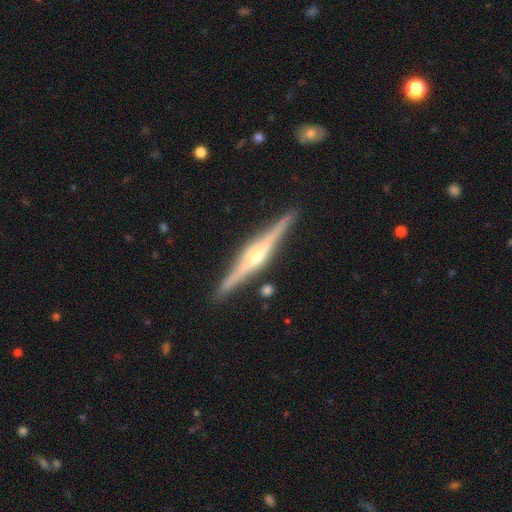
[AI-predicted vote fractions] Overall: featured or disk (87%). Edge-on disk: yes (98%). Edge-on bulge: rounded (76%). Merging: none (90%).